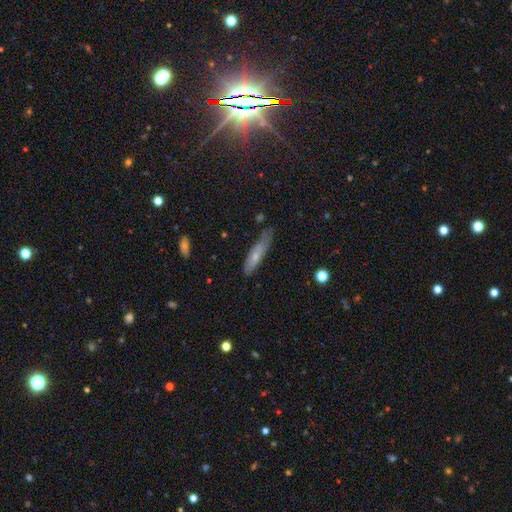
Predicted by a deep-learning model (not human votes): Q: Smooth or featured?
A: smooth (57%); runner-up: featured or disk (36%)
Q: How rounded?
A: cigar-shaped (76%); runner-up: in between (22%)
Q: Merging?
A: none (51%); runner-up: minor disturbance (35%)